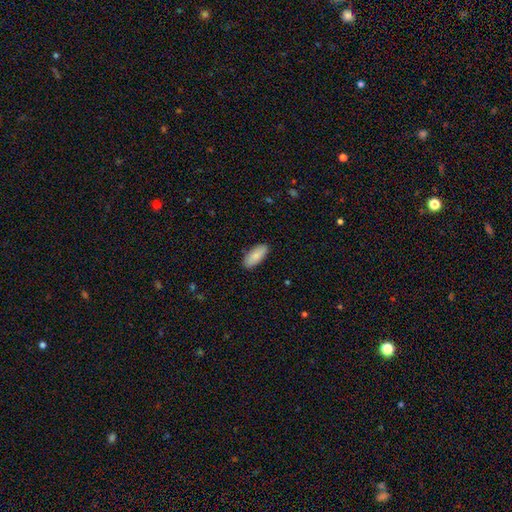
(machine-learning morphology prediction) Smooth or featured?
  - smooth: 87% *
  - featured or disk: 8%
  - star or artifact: 6%
How rounded?
  - in between: 81% *
  - cigar-shaped: 17%
  - round: 2%
Merging?
  - none: 87% *
  - minor disturbance: 10%
  - major disturbance: 2%
  - merger: 1%